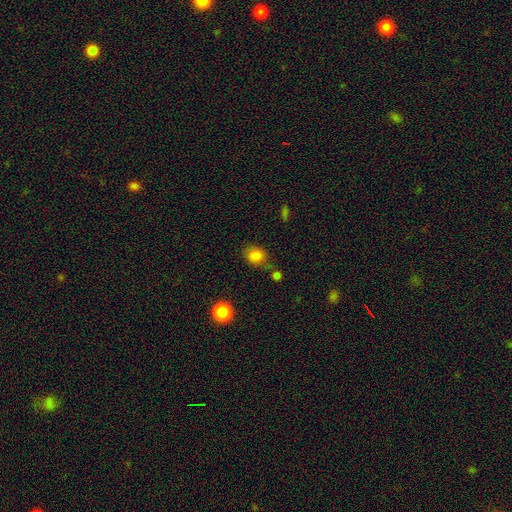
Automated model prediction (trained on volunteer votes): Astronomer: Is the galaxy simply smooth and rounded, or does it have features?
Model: smooth — 83%.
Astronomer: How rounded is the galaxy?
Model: round — 63%.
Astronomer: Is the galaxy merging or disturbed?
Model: none — 69%.